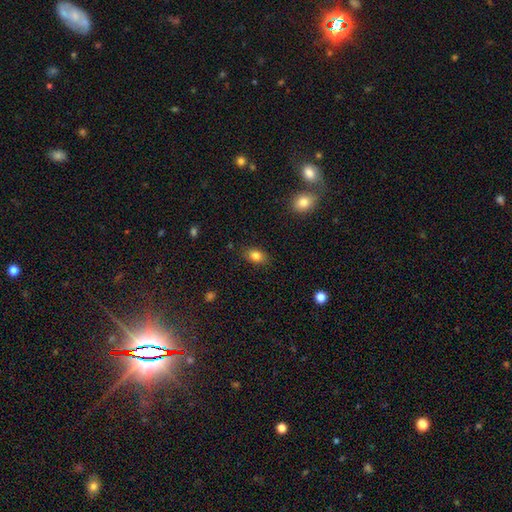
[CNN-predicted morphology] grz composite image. It shows a smooth galaxy with no disk features (84%) that is in between round and cigar-shaped (82%). Merging: none (85%).